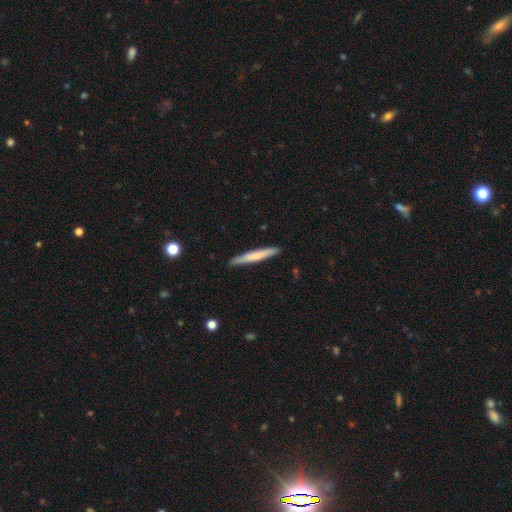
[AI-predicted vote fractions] The model was most divided on "smooth or featured": smooth: 65%, featured or disk: 30%, star or artifact: 5%. More confident: how rounded — cigar-shaped (96%); merging — none (89%).